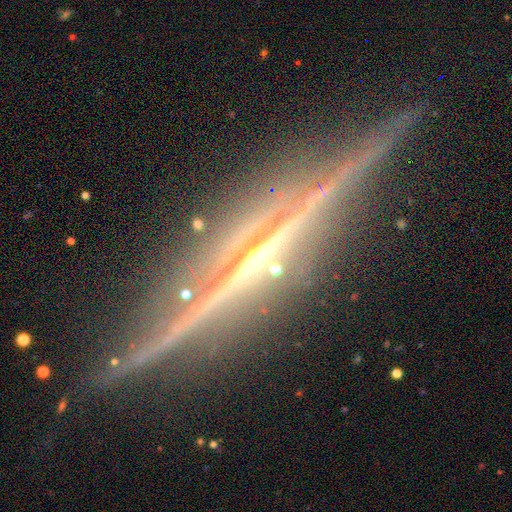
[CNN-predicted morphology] Q: Smooth or featured?
A: featured or disk (87%); runner-up: star or artifact (8%)
Q: Edge-on disk?
A: yes (98%); runner-up: no (2%)
Q: Edge-on bulge?
A: rounded (47%); runner-up: none (40%)
Q: Merging?
A: none (87%); runner-up: minor disturbance (9%)